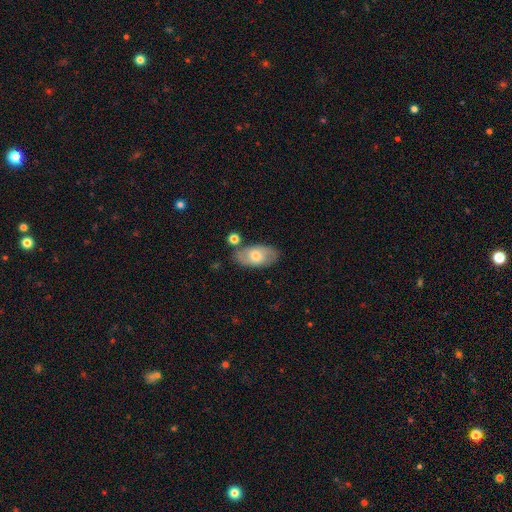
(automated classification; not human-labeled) Smooth or featured?
  - smooth: 61% *
  - featured or disk: 33%
  - star or artifact: 7%
How rounded?
  - in between: 91% *
  - round: 6%
  - cigar-shaped: 3%
Merging?
  - none: 69% *
  - minor disturbance: 17%
  - merger: 10%
  - major disturbance: 4%